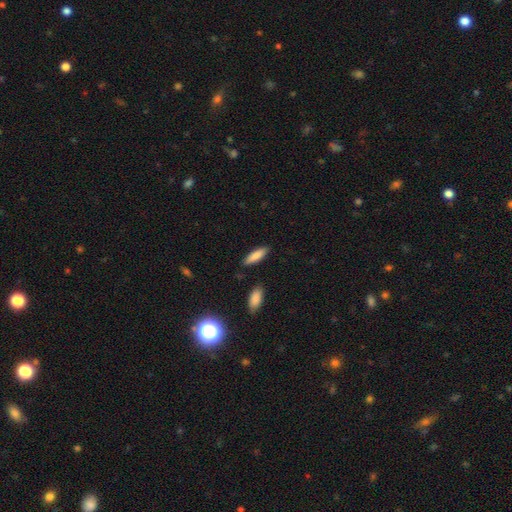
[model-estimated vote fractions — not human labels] smooth-or-featured: smooth: 83% | featured or disk: 11% | star or artifact: 6%
  how-rounded: cigar-shaped: 57% | in between: 42% | round: 2%
  merging: none: 85% | minor disturbance: 10% | merger: 3% | major disturbance: 2%